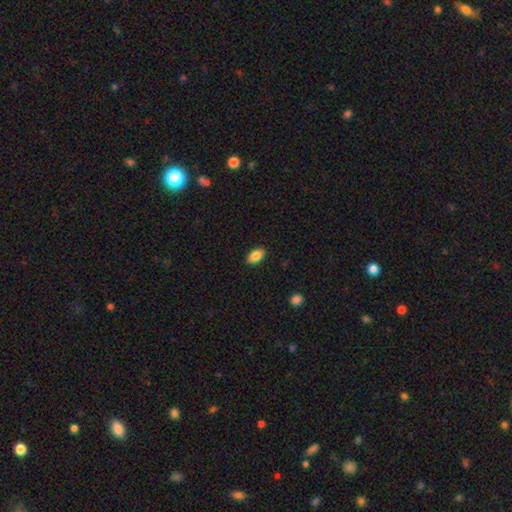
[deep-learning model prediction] The model was most divided on "smooth or featured": smooth: 86%, star or artifact: 8%, featured or disk: 6%. More confident: how rounded — in between (91%); merging — none (89%).